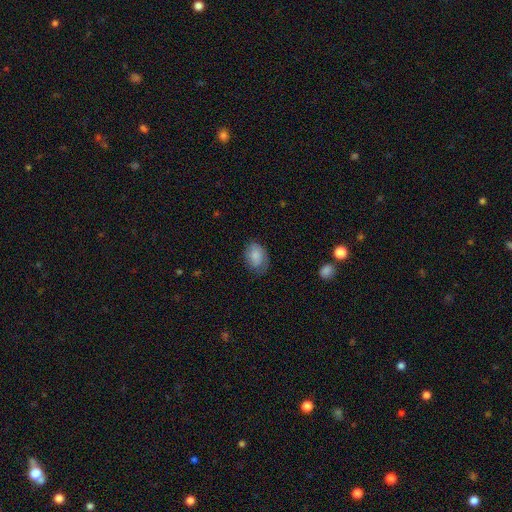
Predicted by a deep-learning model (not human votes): Smooth or featured? smooth (82%)
How rounded? in between (83%)
Merging? none (65%)